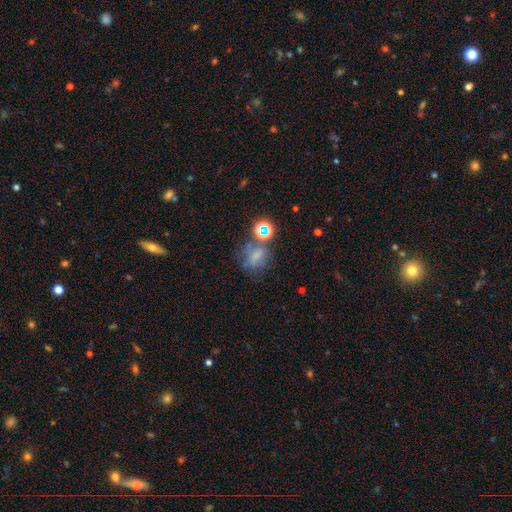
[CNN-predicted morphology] type=smooth (47%); merging=none (45%).